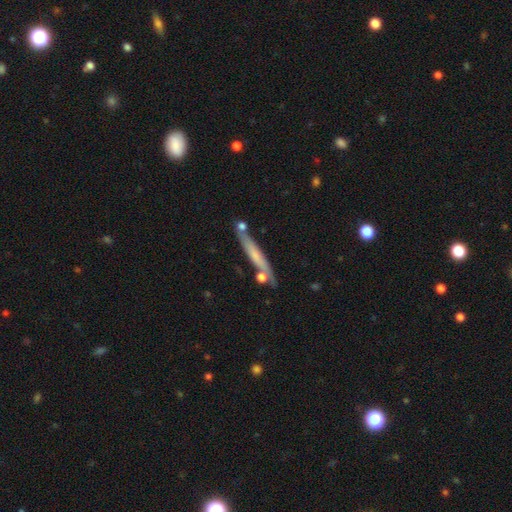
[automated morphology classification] Smooth or featured?
  - smooth: 51% *
  - featured or disk: 42%
  - star or artifact: 7%
How rounded?
  - cigar-shaped: 93% *
  - in between: 5%
  - round: 2%
Merging?
  - none: 74% *
  - minor disturbance: 14%
  - merger: 9%
  - major disturbance: 3%